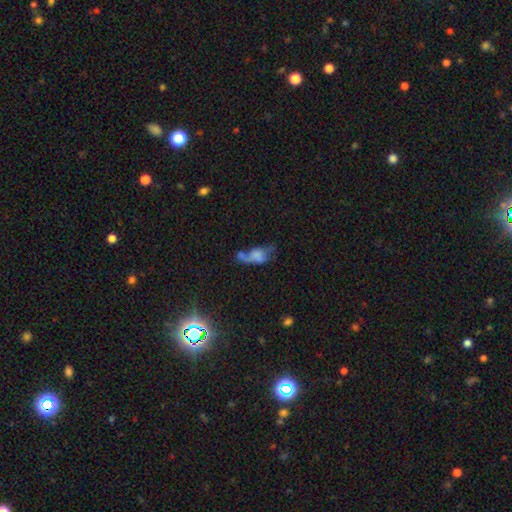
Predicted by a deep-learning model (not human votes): This appears to be a smooth galaxy with no disk features (48%). Merging: major disturbance (35%).